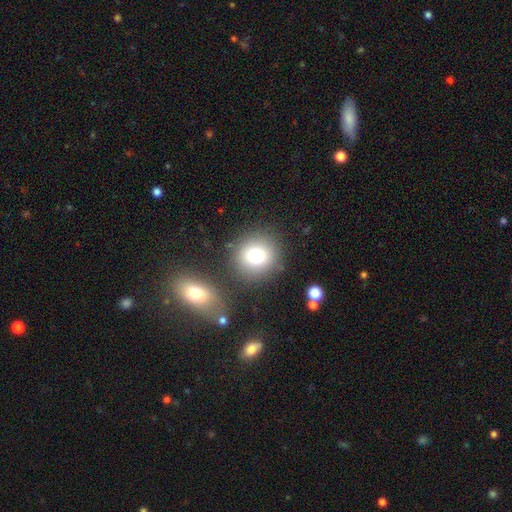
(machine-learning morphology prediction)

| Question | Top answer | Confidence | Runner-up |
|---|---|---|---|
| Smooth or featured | smooth | 77% | star or artifact (13%) |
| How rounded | round | 86% | in between (13%) |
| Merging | none | 80% | minor disturbance (9%) |